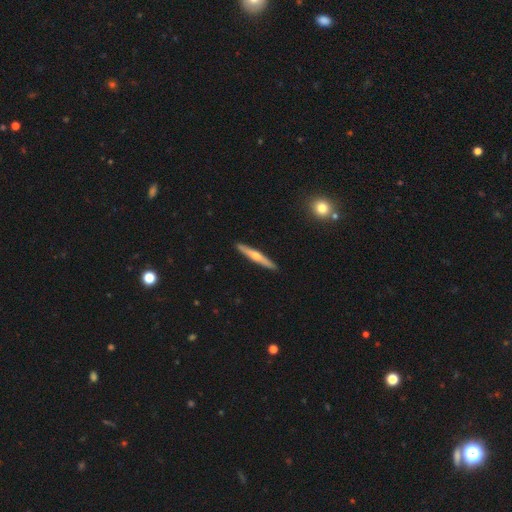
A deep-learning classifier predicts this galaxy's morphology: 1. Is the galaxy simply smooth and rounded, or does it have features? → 55% featured or disk, 40% smooth, 5% star or artifact.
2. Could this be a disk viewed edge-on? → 96% yes, 4% no.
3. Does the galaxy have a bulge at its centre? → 82% rounded, 14% none, 4% boxy.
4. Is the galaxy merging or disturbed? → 91% none, 6% minor disturbance, 1% major disturbance, 1% merger.